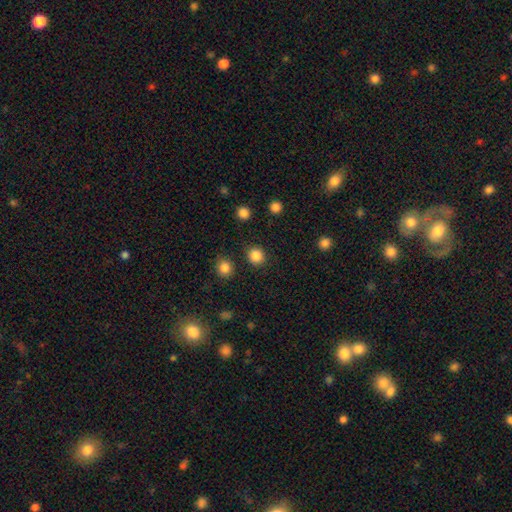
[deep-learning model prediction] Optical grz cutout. It shows a smooth galaxy with no disk features (85%) that is round (89%). Merging: none (90%).